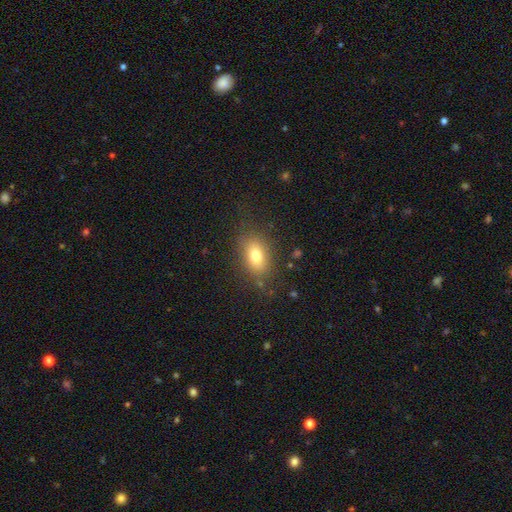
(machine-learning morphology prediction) A smooth galaxy with no disk features (75%) that is in between round and cigar-shaped (80%).

Vote fractions:
- Smooth or featured? smooth: 75% / featured or disk: 14% / star or artifact: 11%
- How rounded? in between: 80% / round: 18% / cigar-shaped: 2%
- Merging? none: 79% / minor disturbance: 14% / major disturbance: 6% / merger: 2%